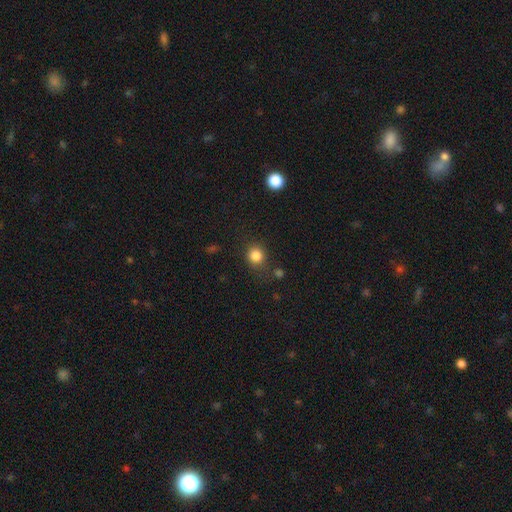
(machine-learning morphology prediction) This appears to be a smooth galaxy with no disk features (84%) that is round (84%). Merging: none (78%).